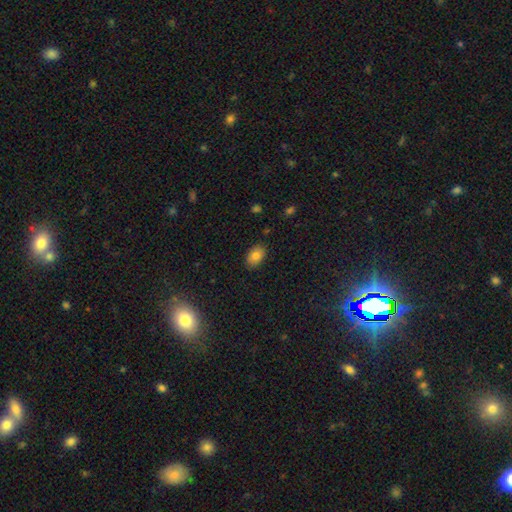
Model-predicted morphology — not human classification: A smooth galaxy with no disk features (82%) that is in between round and cigar-shaped (87%).

Vote fractions:
- Smooth or featured? smooth: 82% / featured or disk: 9% / star or artifact: 9%
- How rounded? in between: 87% / round: 12% / cigar-shaped: 1%
- Merging? none: 86% / minor disturbance: 11% / major disturbance: 2% / merger: 1%